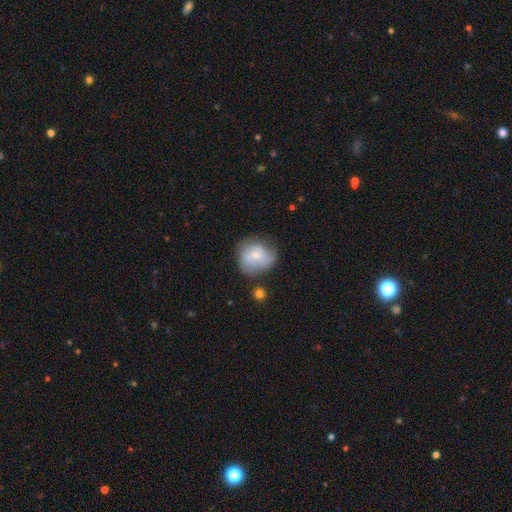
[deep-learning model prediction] smooth_or_featured: smooth (p=0.48) [alt: featured or disk p=0.44]
merging: none (p=0.51) [alt: minor disturbance p=0.29]